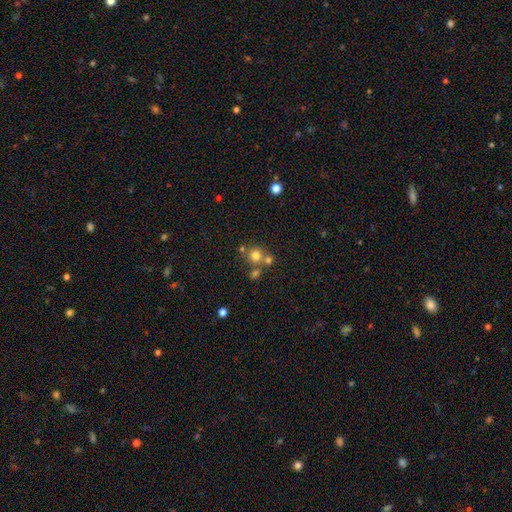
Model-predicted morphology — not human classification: A smooth galaxy with no disk features (73%) that is round (88%). Merging: none (56%).